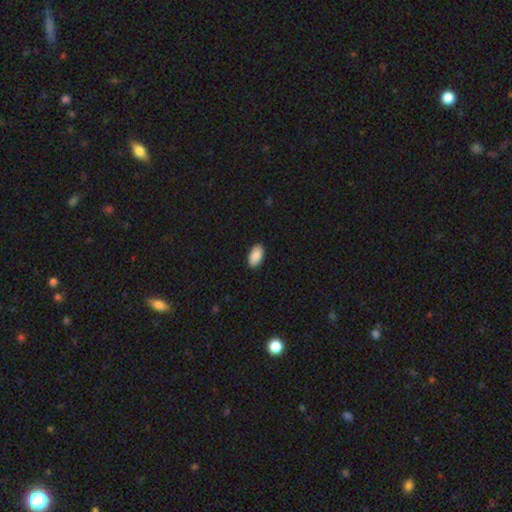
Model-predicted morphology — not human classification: Smooth or featured: smooth — 91% (star or artifact — 6%)
How rounded: in between — 95% (round — 3%)
Merging: none — 90% (minor disturbance — 7%)